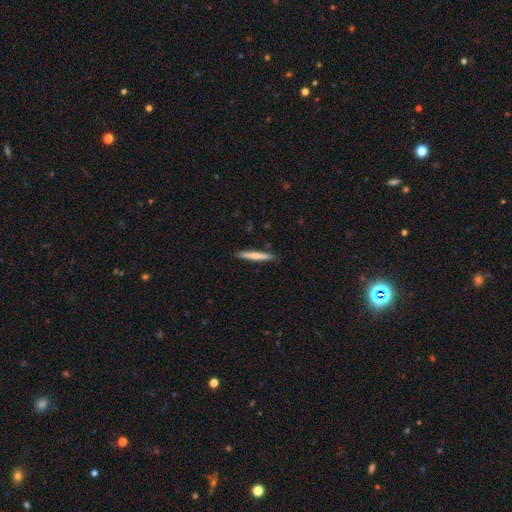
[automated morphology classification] Q: Smooth or featured?
A: smooth (69%); runner-up: featured or disk (26%)
Q: How rounded?
A: cigar-shaped (95%); runner-up: in between (3%)
Q: Merging?
A: none (90%); runner-up: minor disturbance (8%)